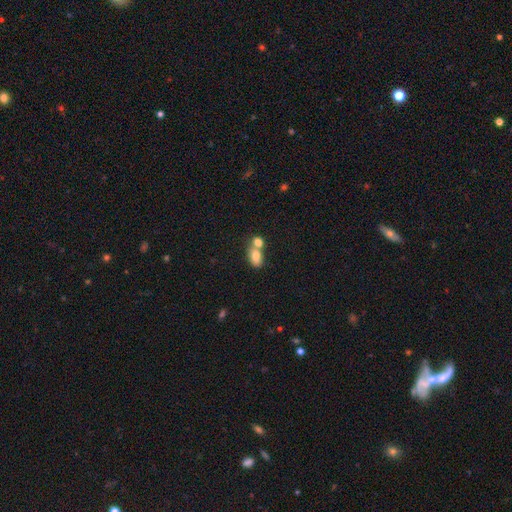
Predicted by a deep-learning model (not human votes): This appears to be a smooth galaxy with no disk features (78%) that is in between round and cigar-shaped (80%). Merging: merger (57%).